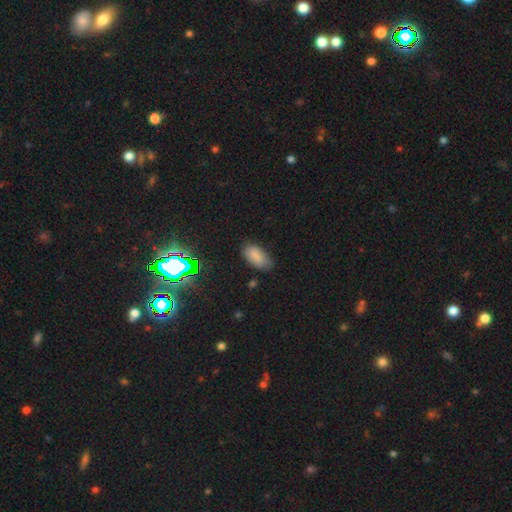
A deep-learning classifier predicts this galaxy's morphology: Overall: smooth (80%). How rounded: in between (93%). Merging: none (75%).